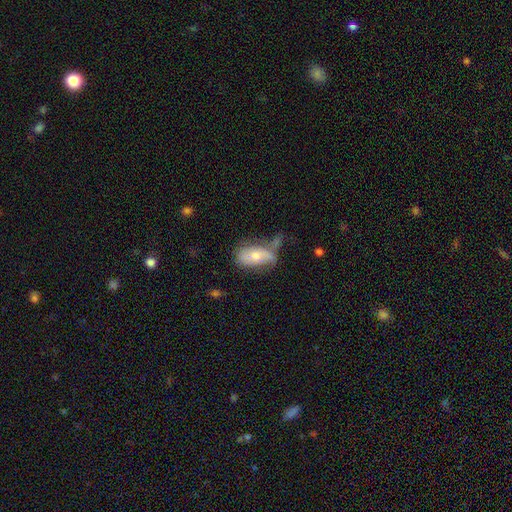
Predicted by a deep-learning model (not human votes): Smooth or featured? smooth (57%)
How rounded? in between (88%)
Merging? none (37%)